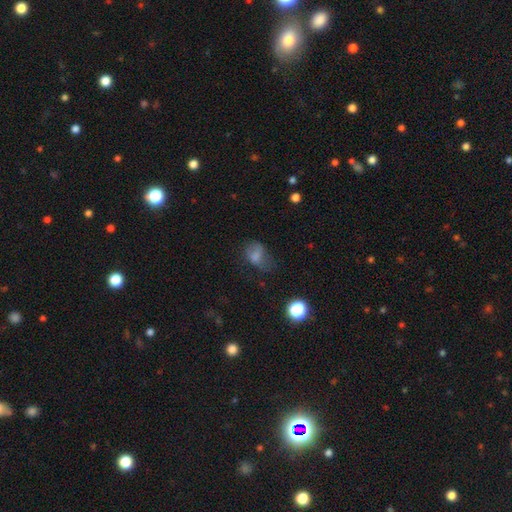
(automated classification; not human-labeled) Smooth or featured: smooth — 67% (featured or disk — 18%)
How rounded: in between — 74% (round — 24%)
Merging: none — 35% (major disturbance — 31%)